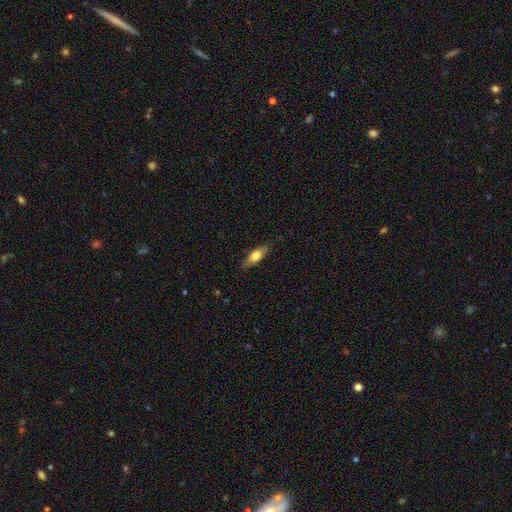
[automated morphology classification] smooth-or-featured: smooth: 71% | featured or disk: 23% | star or artifact: 6%
  how-rounded: in between: 67% | cigar-shaped: 30% | round: 3%
  merging: none: 83% | minor disturbance: 13% | major disturbance: 2% | merger: 1%